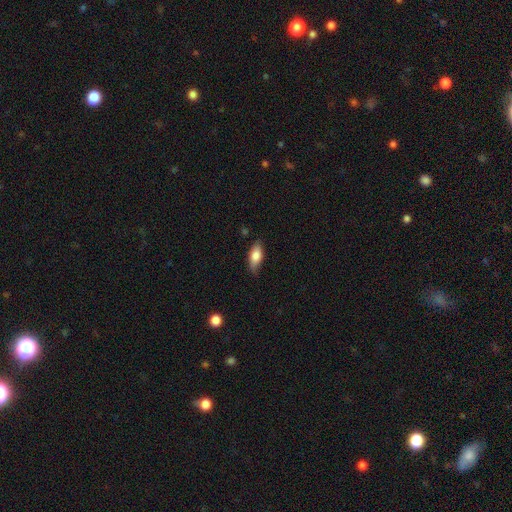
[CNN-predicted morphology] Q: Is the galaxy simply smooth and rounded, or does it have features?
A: smooth — 76%.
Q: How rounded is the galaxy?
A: in between — 81%.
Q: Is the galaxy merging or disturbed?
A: none — 77%.